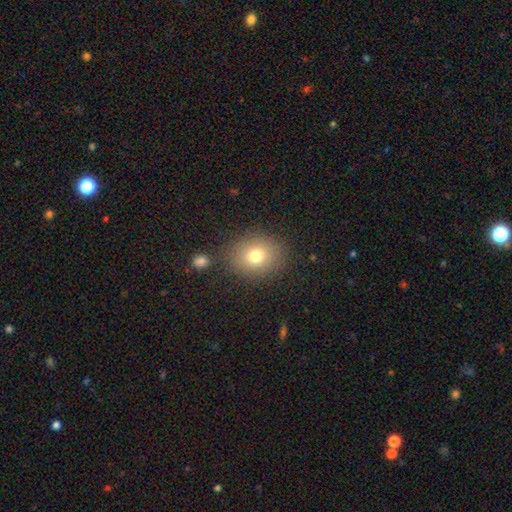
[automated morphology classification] This is likely a smooth galaxy (75%). How rounded: likely round (63%). Merging: clearly none (82%).